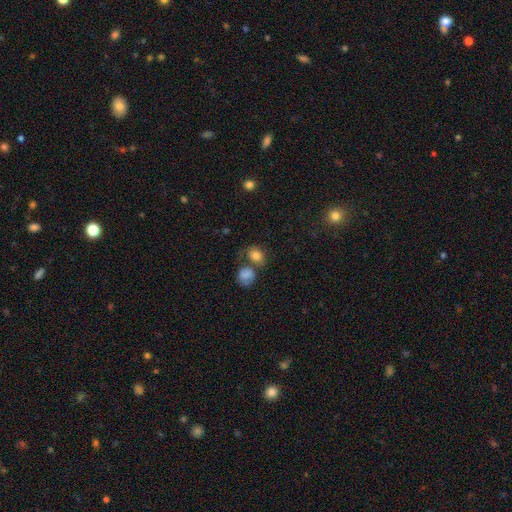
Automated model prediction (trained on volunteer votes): Smooth or featured? smooth (81%)
How rounded? round (58%)
Merging? none (48%)